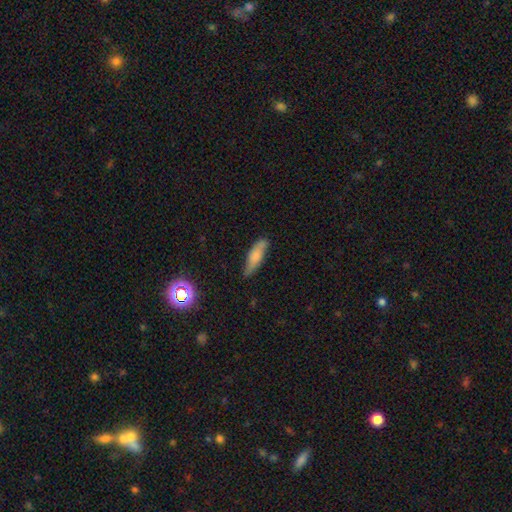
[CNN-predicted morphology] Overall: smooth (70%). How rounded: cigar-shaped (55%; in between 43%). Merging: none (73%).